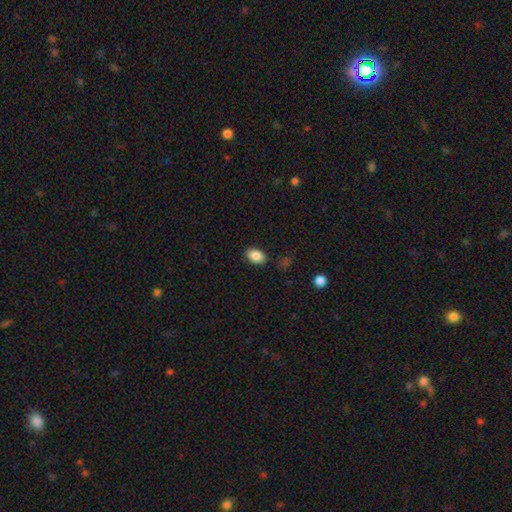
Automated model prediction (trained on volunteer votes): This is clearly a smooth galaxy (88%). How rounded: clearly in between (87%). Merging: clearly none (87%).